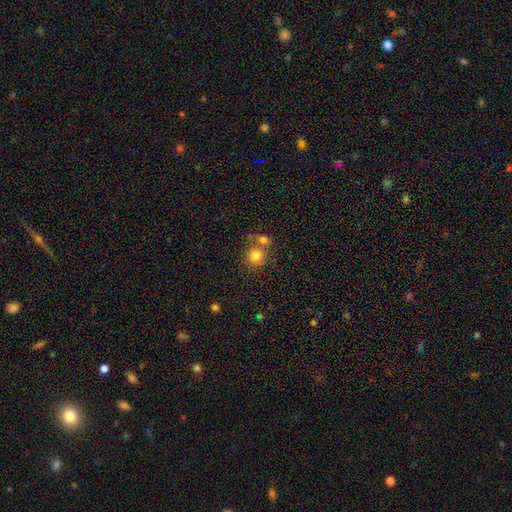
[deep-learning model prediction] Smooth or featured? smooth (78%)
How rounded? round (88%)
Merging? none (55%)